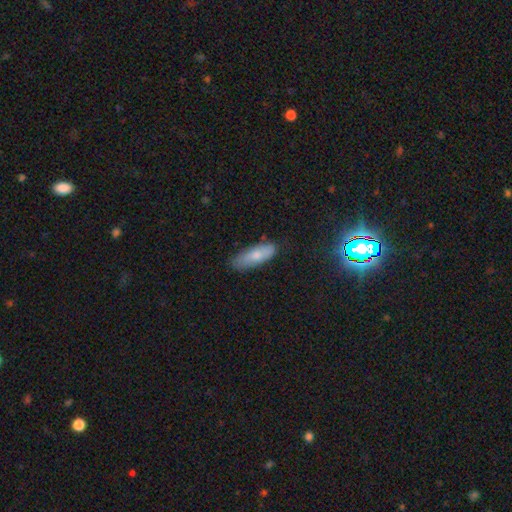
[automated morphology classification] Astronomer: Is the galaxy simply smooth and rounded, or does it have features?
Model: smooth — 67%.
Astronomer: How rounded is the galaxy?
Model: in between — 58% (runner-up: cigar-shaped, 39%).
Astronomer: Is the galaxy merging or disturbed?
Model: none — 78%.